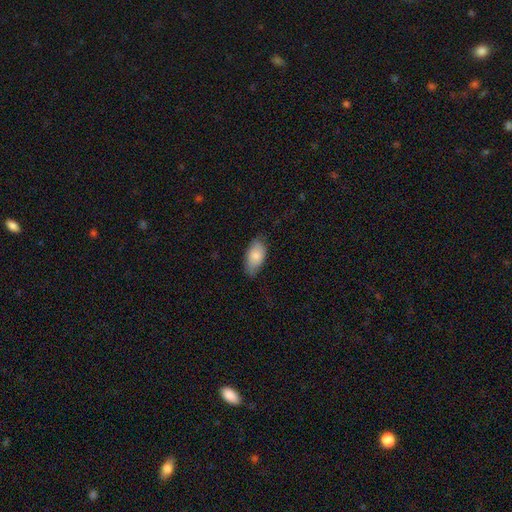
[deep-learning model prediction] smooth-or-featured: smooth: 83% | featured or disk: 11% | star or artifact: 6%
  how-rounded: in between: 93% | cigar-shaped: 4% | round: 3%
  merging: none: 72% | minor disturbance: 23% | major disturbance: 4% | merger: 1%